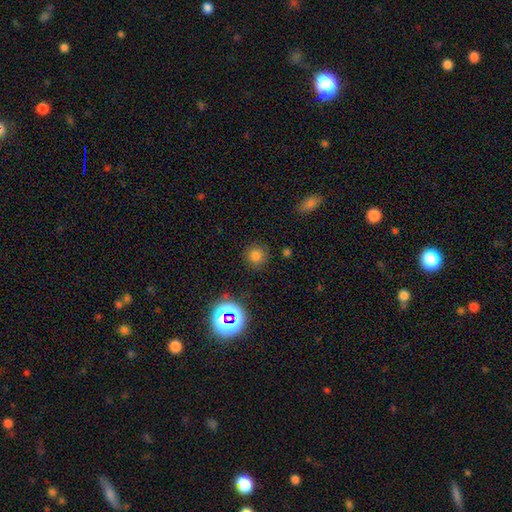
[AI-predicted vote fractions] smooth_or_featured: smooth (p=0.75) [alt: star or artifact p=0.19]
how_rounded: round (p=0.92) [alt: in between p=0.07]
merging: none (p=0.87) [alt: minor disturbance p=0.08]